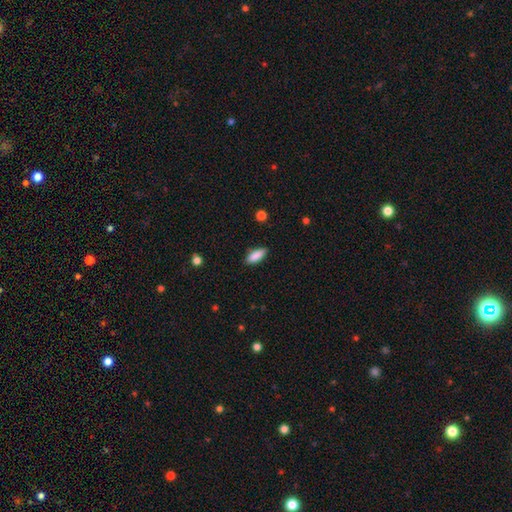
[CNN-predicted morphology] A smooth galaxy with no disk features (86%) that is in between round and cigar-shaped (68%).

Vote fractions:
- Smooth or featured? smooth: 86% / featured or disk: 7% / star or artifact: 7%
- How rounded? in between: 68% / cigar-shaped: 30% / round: 2%
- Merging? none: 86% / minor disturbance: 11% / major disturbance: 2% / merger: 1%